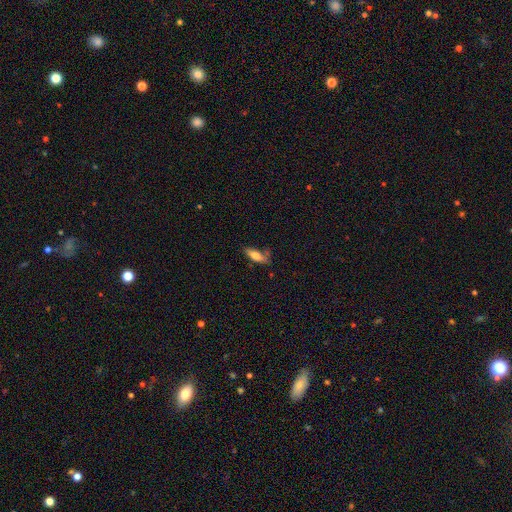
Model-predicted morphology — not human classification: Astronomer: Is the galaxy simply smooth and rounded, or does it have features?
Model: smooth — 68%.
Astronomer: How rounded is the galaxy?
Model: in between — 57% (runner-up: cigar-shaped, 40%).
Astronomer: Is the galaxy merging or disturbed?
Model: none — 63%.